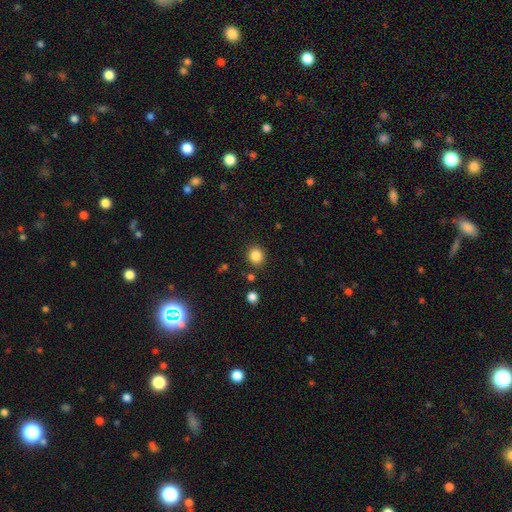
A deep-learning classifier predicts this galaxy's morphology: Smooth or featured? Predicted: smooth (p=0.85). How rounded? Predicted: round (p=0.81). Merging? Predicted: none (p=0.87).